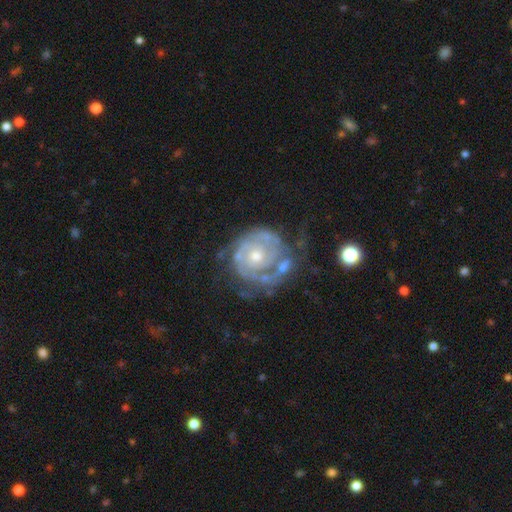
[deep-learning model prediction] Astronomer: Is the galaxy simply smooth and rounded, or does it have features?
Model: featured or disk — 86%.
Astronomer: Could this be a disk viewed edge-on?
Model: no — 98%.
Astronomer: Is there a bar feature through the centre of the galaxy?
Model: no — 80%.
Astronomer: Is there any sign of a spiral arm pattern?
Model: yes — 92%.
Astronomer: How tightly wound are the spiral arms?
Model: tight — 73%.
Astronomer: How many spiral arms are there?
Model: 2 — 39% (runner-up: can't tell, 30%).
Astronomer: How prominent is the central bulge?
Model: small — 49% (runner-up: moderate, 46%).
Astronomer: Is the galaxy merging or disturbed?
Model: none — 52%.